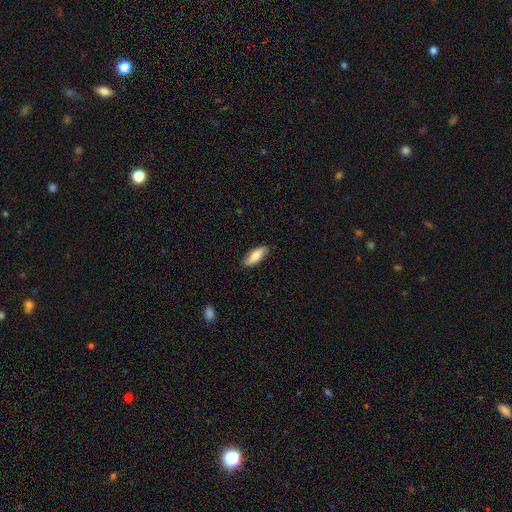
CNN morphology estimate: Overall: smooth (74%). How rounded: in between (70%). Merging: none (84%).